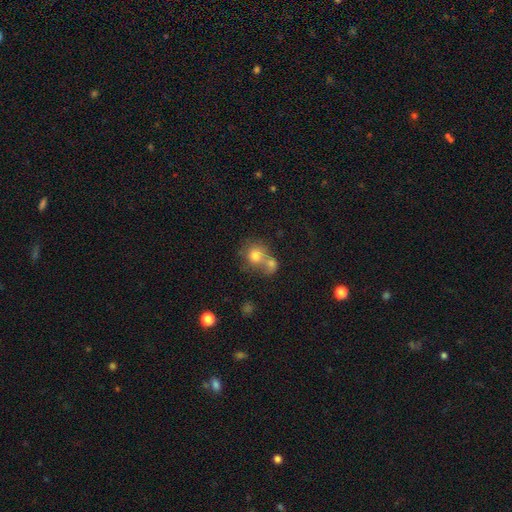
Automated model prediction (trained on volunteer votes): A smooth galaxy with no disk features (75%) that is round (78%). Merging: merger (58%).